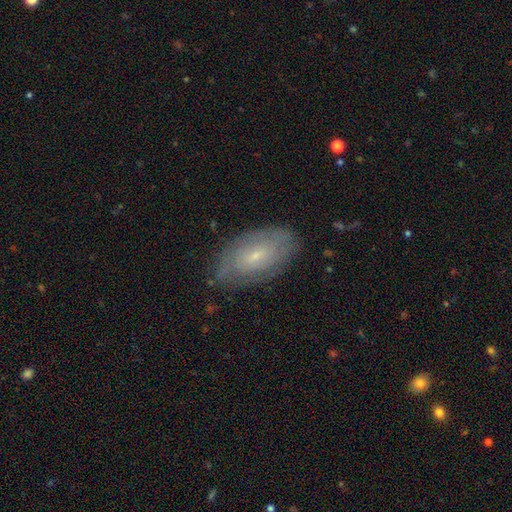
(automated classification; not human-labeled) Q: Smooth or featured?
A: featured or disk (52%); runner-up: smooth (40%)
Q: Edge-on disk?
A: no (90%); runner-up: yes (10%)
Q: Merging?
A: none (74%); runner-up: minor disturbance (20%)